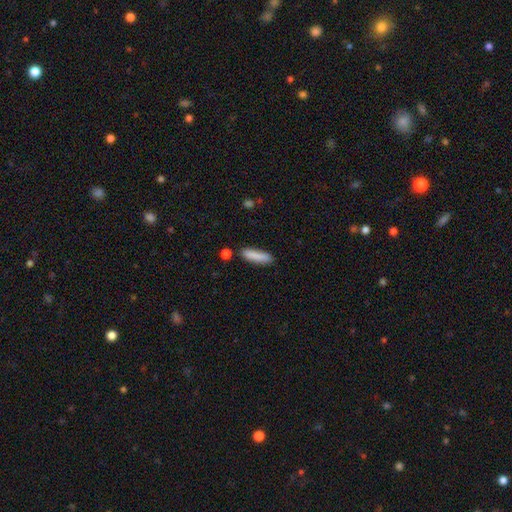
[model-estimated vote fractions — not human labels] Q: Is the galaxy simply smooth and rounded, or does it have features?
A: smooth — 87%.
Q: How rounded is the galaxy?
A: cigar-shaped — 75%.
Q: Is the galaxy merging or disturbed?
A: none — 83%.